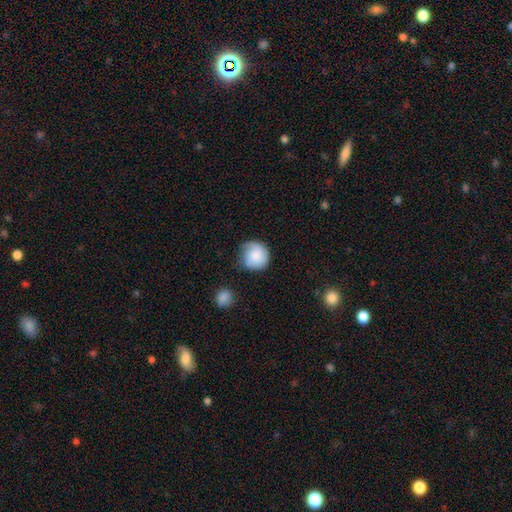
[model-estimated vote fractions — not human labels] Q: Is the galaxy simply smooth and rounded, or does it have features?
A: smooth — 78%.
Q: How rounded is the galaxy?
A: round — 88%.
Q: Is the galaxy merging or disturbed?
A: none — 54%.